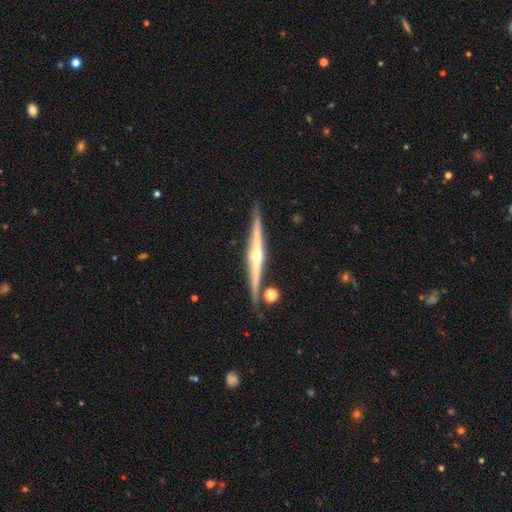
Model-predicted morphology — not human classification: Smooth or featured?
  - featured or disk: 86% *
  - smooth: 9%
  - star or artifact: 5%
Edge-on disk?
  - yes: 98% *
  - no: 2%
Edge-on bulge?
  - rounded: 92% *
  - none: 5%
  - boxy: 3%
Merging?
  - none: 88% *
  - minor disturbance: 7%
  - merger: 3%
  - major disturbance: 2%